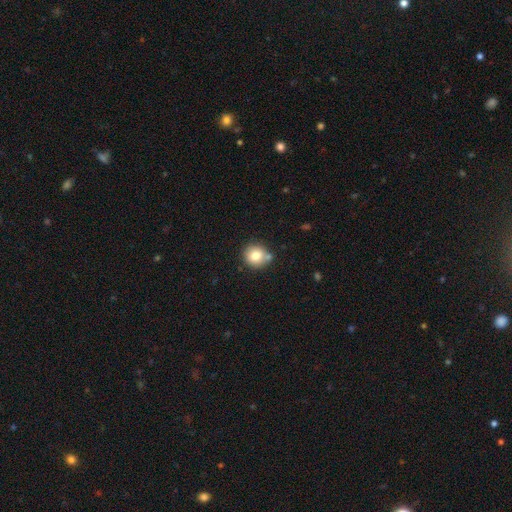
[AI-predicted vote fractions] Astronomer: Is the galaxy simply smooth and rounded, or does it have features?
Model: smooth — 79%.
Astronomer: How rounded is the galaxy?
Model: round — 90%.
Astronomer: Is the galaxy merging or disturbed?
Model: none — 72%.